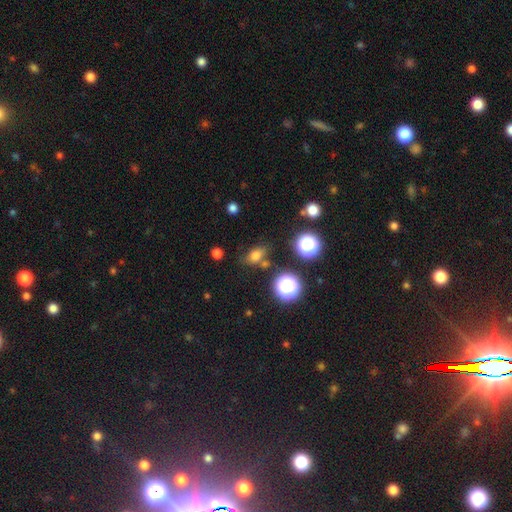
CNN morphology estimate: smooth 71%, star or artifact 19%, featured or disk 10%. Down the decision tree: how rounded — in between (71%); merging — none (67%).